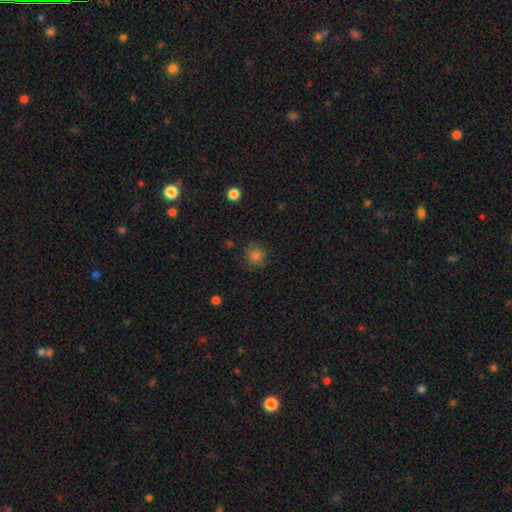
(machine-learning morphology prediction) Smooth or featured? Predicted: smooth (p=0.83). How rounded? Predicted: round (p=0.89). Merging? Predicted: none (p=0.84).